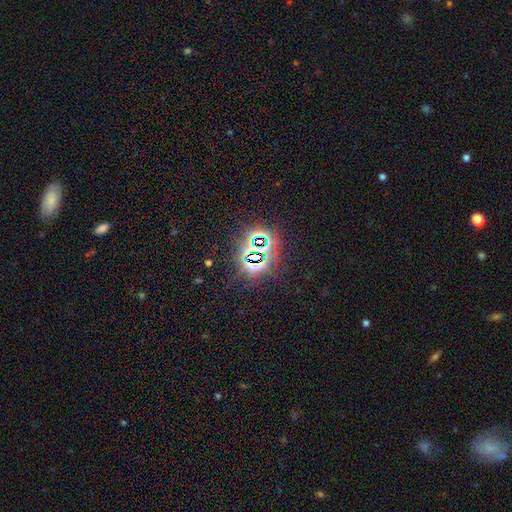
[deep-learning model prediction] The model was most divided on "smooth or featured": star or artifact: 82%, smooth: 10%, featured or disk: 8%.